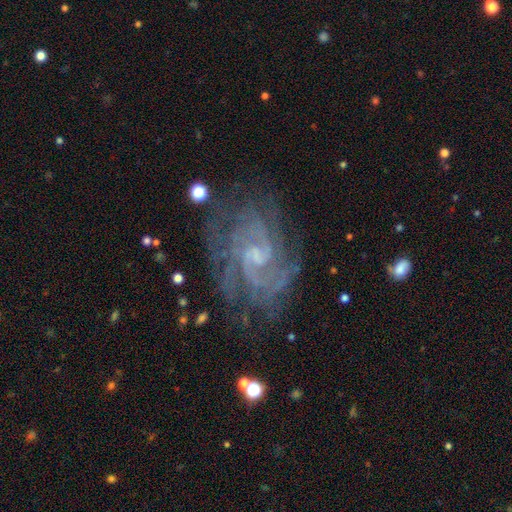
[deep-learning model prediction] Smooth or featured? Predicted: featured or disk (p=0.85). Edge-on disk? Predicted: no (p=0.97). Bar? Predicted: weak (p=0.47). Spiral arms? Predicted: yes (p=0.96). Spiral winding? Predicted: tight (p=0.55). Spiral arm count? Predicted: can't tell (p=0.27). Bulge size? Predicted: small (p=0.58). Merging? Predicted: none (p=0.73).